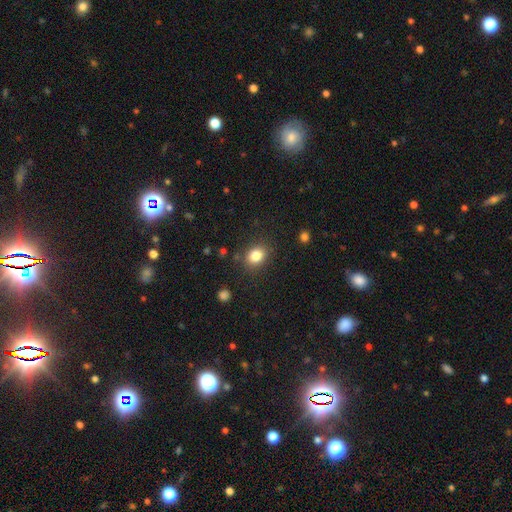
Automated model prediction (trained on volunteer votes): This is clearly a smooth galaxy (84%). How rounded: possibly in between (53%). Merging: clearly none (84%).